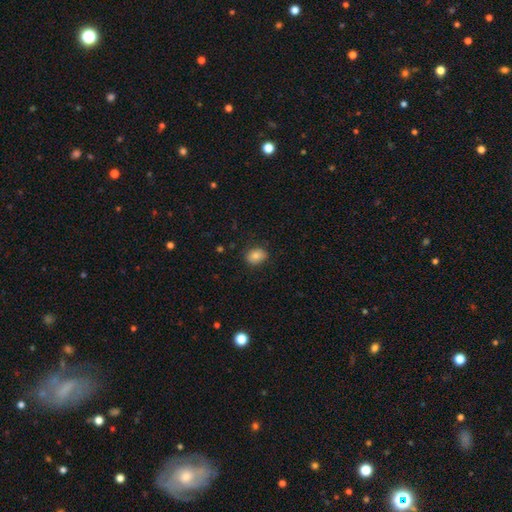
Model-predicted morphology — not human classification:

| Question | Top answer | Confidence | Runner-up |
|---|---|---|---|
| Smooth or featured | smooth | 82% | star or artifact (9%) |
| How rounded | in between | 65% | round (34%) |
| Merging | none | 84% | minor disturbance (12%) |